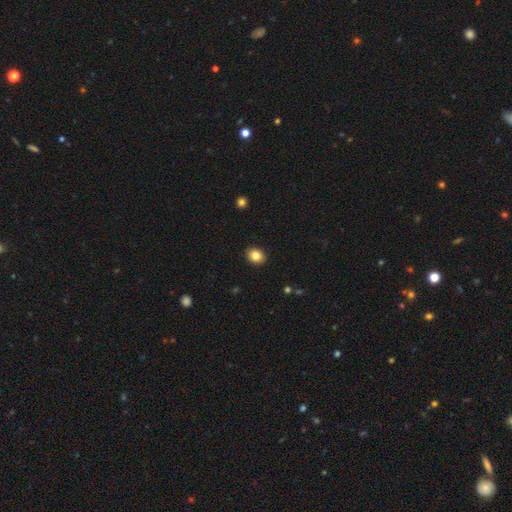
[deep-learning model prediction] This appears to be a smooth galaxy with no disk features (83%) that is round (55%). Merging: none (91%).